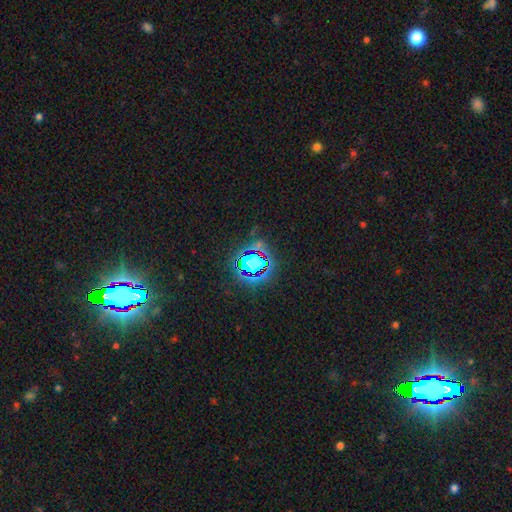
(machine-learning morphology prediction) The model was most divided on "smooth or featured": star or artifact: 81%, smooth: 11%, featured or disk: 8%.